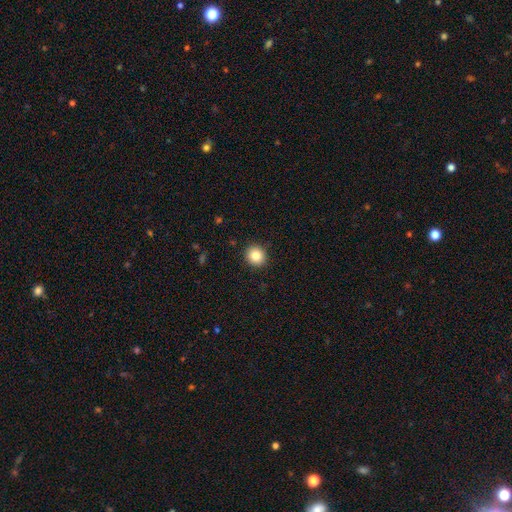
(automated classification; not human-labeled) Smooth or featured? Predicted: smooth (p=0.83). How rounded? Predicted: round (p=0.89). Merging? Predicted: none (p=0.91).